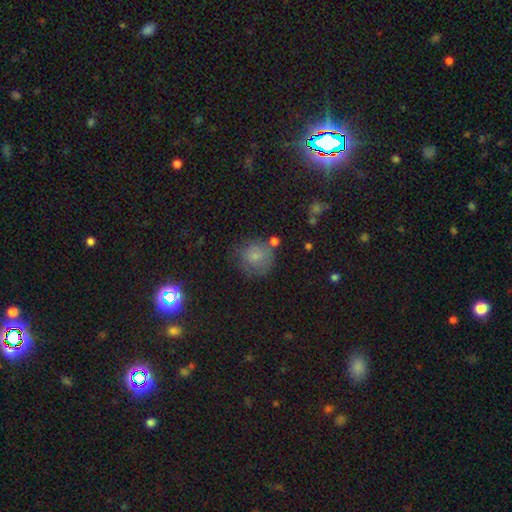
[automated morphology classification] smooth 73%, featured or disk 15%, star or artifact 13%. Down the decision tree: how rounded — round (87%); merging — none (60%).